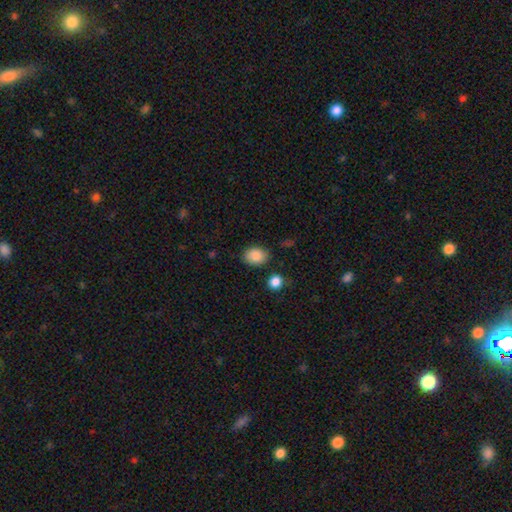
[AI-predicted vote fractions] smooth 87%, star or artifact 8%, featured or disk 5%. Down the decision tree: how rounded — in between (68%); merging — none (80%).